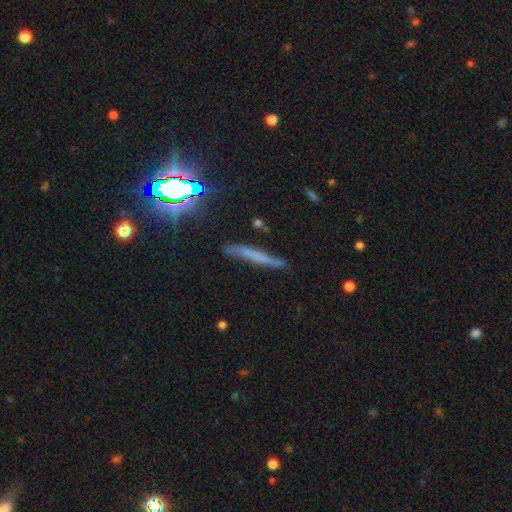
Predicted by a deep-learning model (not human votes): Smooth or featured: smooth — 46% (featured or disk — 34%)
Merging: none — 78% (minor disturbance — 16%)